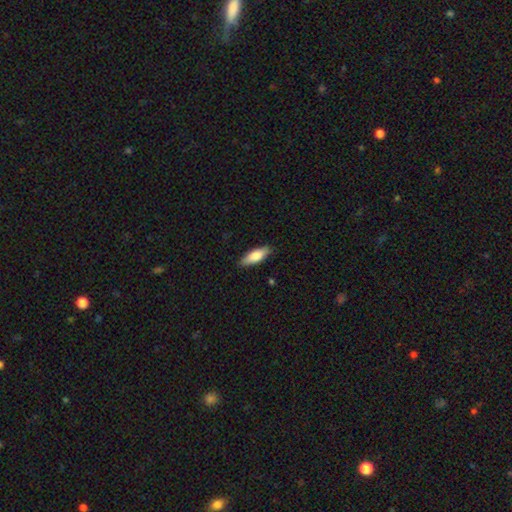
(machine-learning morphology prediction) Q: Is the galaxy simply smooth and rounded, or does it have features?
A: smooth — 74%.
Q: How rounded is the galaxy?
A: in between — 61%.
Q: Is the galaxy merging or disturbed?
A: none — 87%.